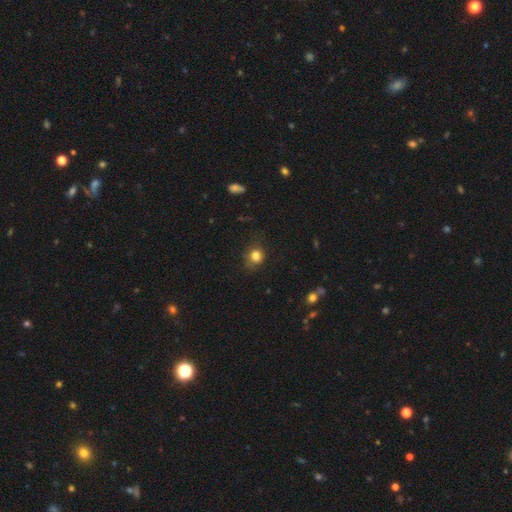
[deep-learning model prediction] A smooth galaxy with no disk features (81%) that is round (73%). Merging: none (69%).